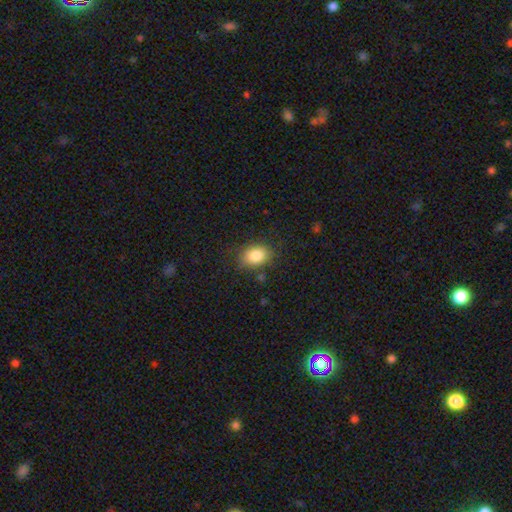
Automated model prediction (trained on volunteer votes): Morphology: type=smooth (85%); roundness=in between (71%); merging=none (81%).